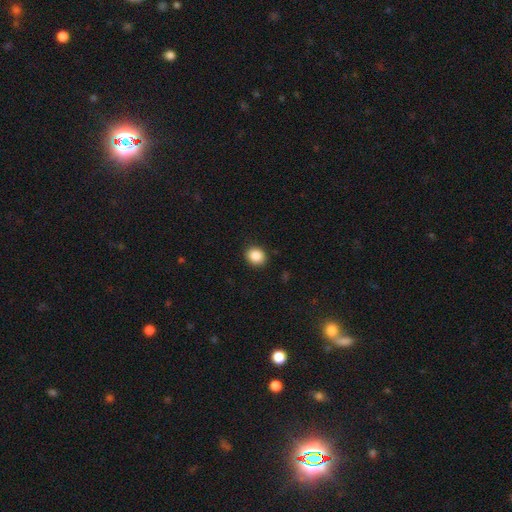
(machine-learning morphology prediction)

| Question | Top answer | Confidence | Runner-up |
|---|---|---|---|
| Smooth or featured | smooth | 88% | star or artifact (9%) |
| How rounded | round | 70% | in between (29%) |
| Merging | none | 90% | minor disturbance (7%) |